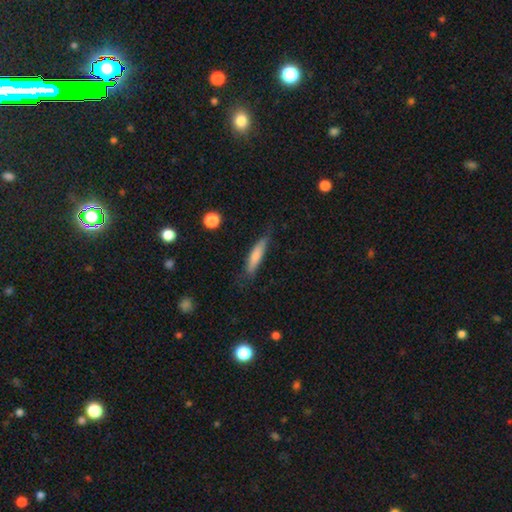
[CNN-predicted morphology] smooth-or-featured: smooth: 73% | featured or disk: 21% | star or artifact: 6%
  how-rounded: cigar-shaped: 77% | in between: 22% | round: 2%
  merging: none: 71% | minor disturbance: 22% | major disturbance: 5% | merger: 2%